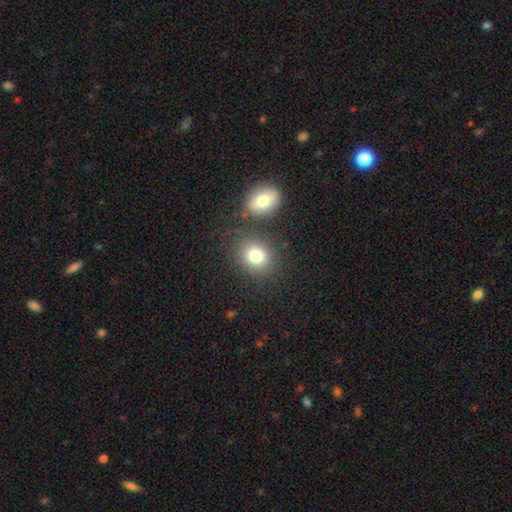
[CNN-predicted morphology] A smooth galaxy with no disk features (80%) that is round (65%). Merging: none (72%).